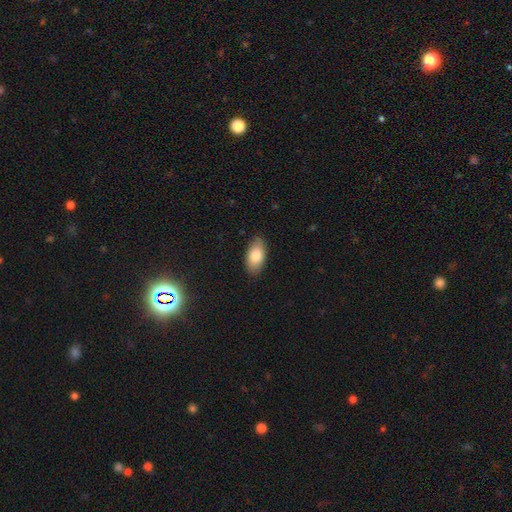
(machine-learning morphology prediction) A smooth galaxy with no disk features (82%) that is in between round and cigar-shaped (93%).

Vote fractions:
- Smooth or featured? smooth: 82% / featured or disk: 11% / star or artifact: 6%
- How rounded? in between: 93% / cigar-shaped: 4% / round: 3%
- Merging? none: 87% / minor disturbance: 10% / major disturbance: 2% / merger: 1%